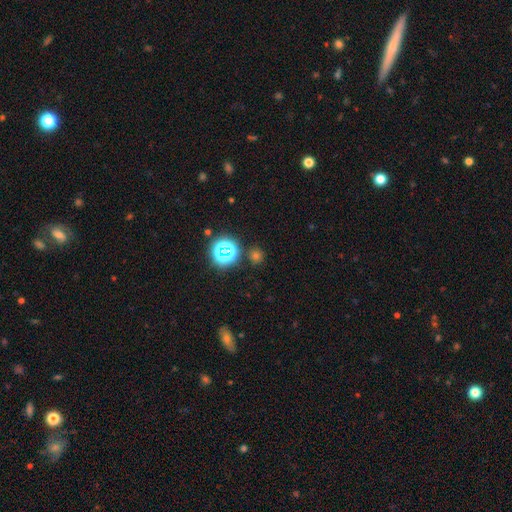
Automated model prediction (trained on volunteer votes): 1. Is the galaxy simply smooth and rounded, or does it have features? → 53% smooth, 41% star or artifact, 6% featured or disk.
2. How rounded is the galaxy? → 88% round, 11% in between, 1% cigar-shaped.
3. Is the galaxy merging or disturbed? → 84% none, 8% minor disturbance, 5% merger, 3% major disturbance.